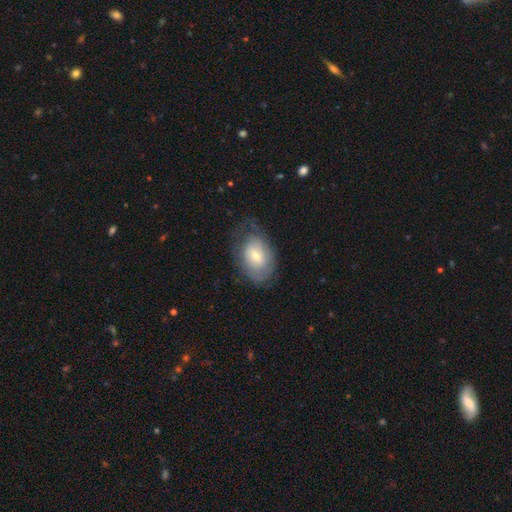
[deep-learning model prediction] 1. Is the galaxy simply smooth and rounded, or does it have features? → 51% smooth, 42% featured or disk, 7% star or artifact.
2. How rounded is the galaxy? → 83% in between, 16% round, 1% cigar-shaped.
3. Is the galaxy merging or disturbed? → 58% none, 26% minor disturbance, 15% major disturbance, 1% merger.